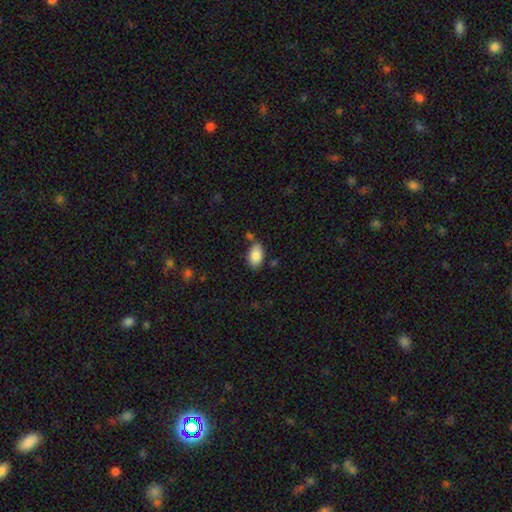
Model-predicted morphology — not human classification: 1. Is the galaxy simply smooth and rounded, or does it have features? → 85% smooth, 8% featured or disk, 7% star or artifact.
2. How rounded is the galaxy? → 92% in between, 7% round, 1% cigar-shaped.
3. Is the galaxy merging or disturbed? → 76% none, 15% minor disturbance, 6% merger, 3% major disturbance.